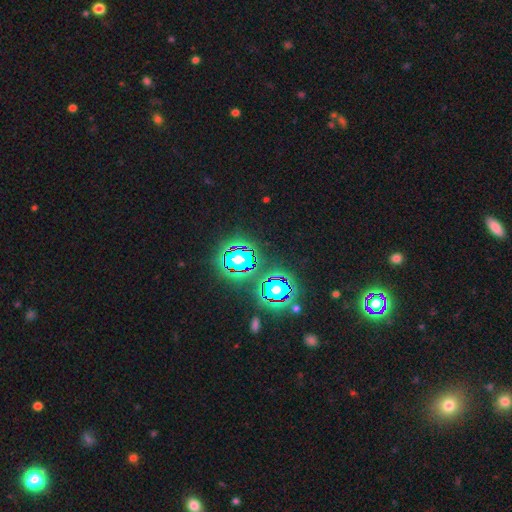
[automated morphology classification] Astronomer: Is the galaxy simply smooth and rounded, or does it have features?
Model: star or artifact — 82%.